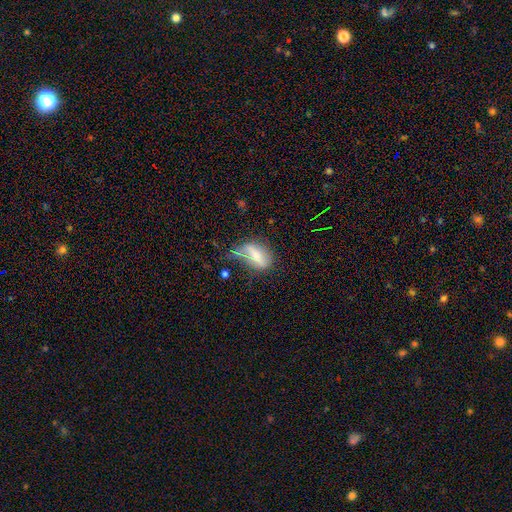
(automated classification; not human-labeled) A smooth galaxy with no disk features (52%) that is in between round and cigar-shaped (78%).

Vote fractions:
- Smooth or featured? smooth: 52% / featured or disk: 38% / star or artifact: 10%
- How rounded? in between: 78% / cigar-shaped: 14% / round: 8%
- Merging? none: 33% / minor disturbance: 32% / major disturbance: 27% / merger: 7%